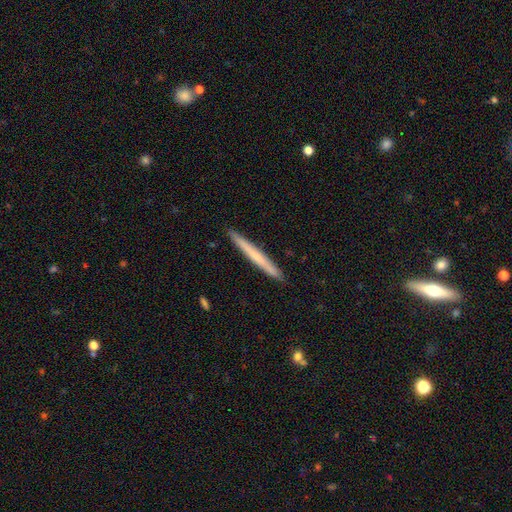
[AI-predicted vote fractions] Overall: smooth (57%; featured or disk 37%). How rounded: cigar-shaped (97%). Merging: none (92%).